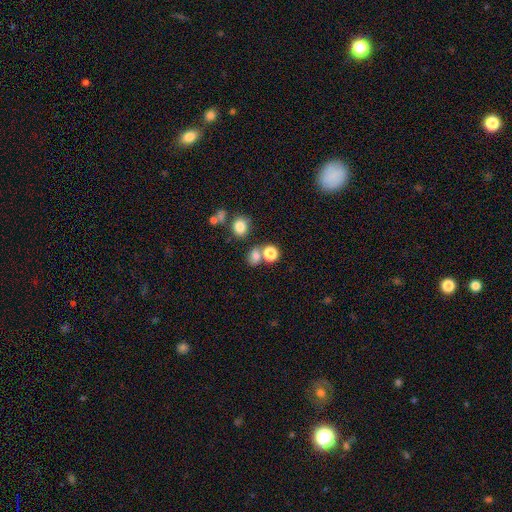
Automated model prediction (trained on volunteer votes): smooth 76%, star or artifact 15%, featured or disk 8%. Down the decision tree: how rounded — round (61%); merging — none (51%).